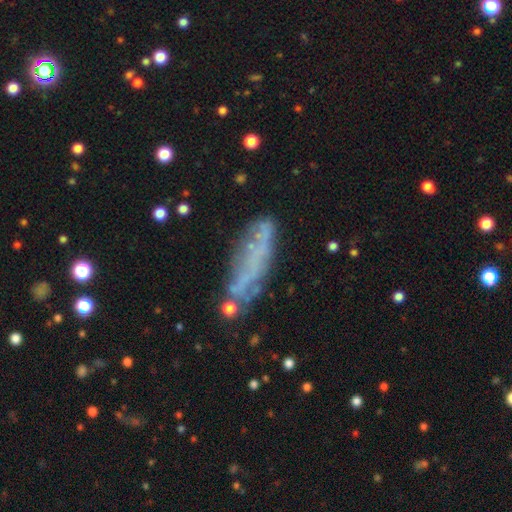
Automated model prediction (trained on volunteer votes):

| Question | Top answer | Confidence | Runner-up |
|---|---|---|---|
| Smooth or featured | featured or disk | 47% | smooth (41%) |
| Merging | none | 62% | minor disturbance (22%) |